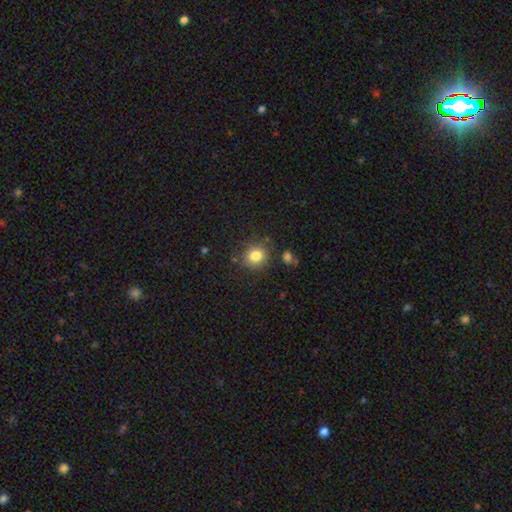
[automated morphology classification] Smooth or featured? Predicted: smooth (p=0.82). How rounded? Predicted: round (p=0.86). Merging? Predicted: none (p=0.83).